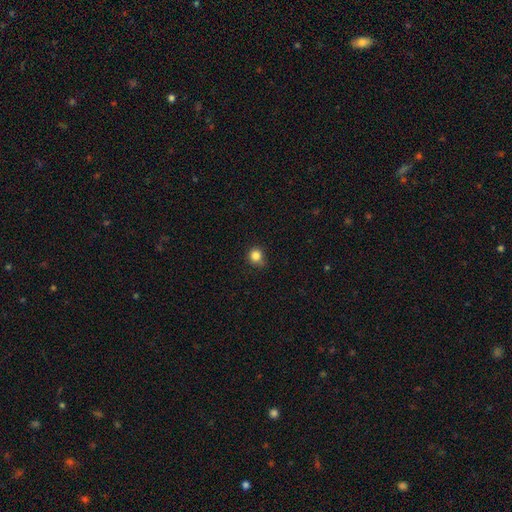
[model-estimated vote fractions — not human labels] Smooth or featured? Predicted: smooth (p=0.84). How rounded? Predicted: round (p=0.86). Merging? Predicted: none (p=0.72).